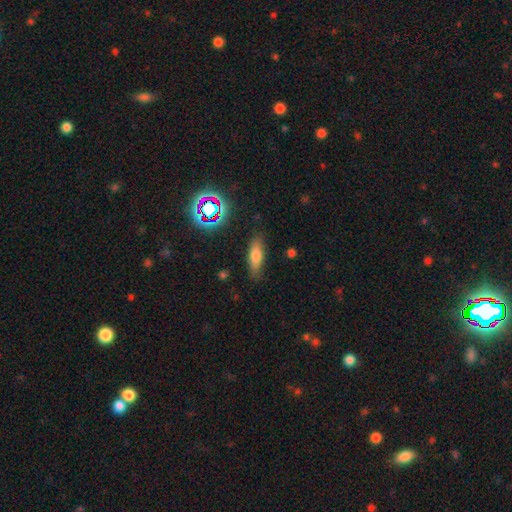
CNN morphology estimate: Smooth or featured? Predicted: smooth (p=0.70). How rounded? Predicted: in between (p=0.51). Merging? Predicted: none (p=0.83).